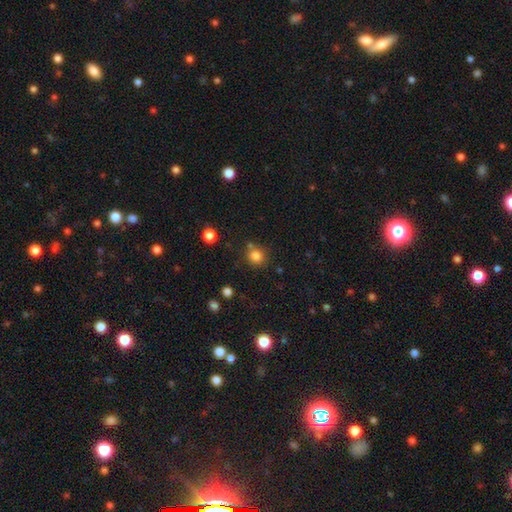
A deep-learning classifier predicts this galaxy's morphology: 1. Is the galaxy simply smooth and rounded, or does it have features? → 82% smooth, 13% star or artifact, 5% featured or disk.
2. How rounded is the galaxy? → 86% round, 13% in between, 1% cigar-shaped.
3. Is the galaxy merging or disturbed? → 74% none, 11% merger, 11% minor disturbance, 4% major disturbance.